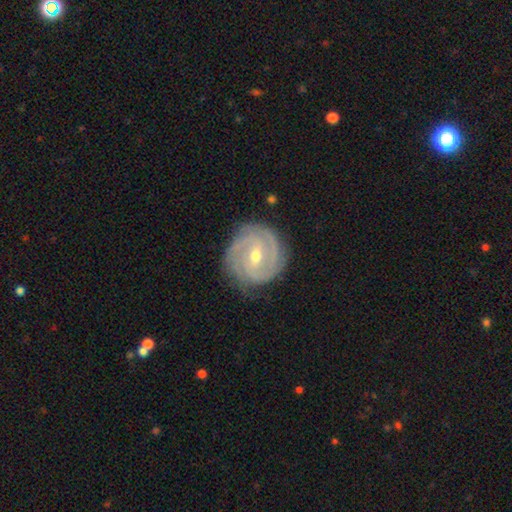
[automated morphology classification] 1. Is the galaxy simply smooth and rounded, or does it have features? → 88% featured or disk, 7% smooth, 5% star or artifact.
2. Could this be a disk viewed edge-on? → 97% no, 3% yes.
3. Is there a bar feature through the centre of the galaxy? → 53% weak, 26% no, 21% strong.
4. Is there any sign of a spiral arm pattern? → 97% yes, 3% no.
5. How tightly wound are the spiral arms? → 76% tight, 21% medium, 4% loose.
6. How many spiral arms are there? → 38% 3, 23% 2, 17% can't tell, 12% 4, 5% more than 4, 5% 1.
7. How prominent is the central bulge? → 59% moderate, 38% small, 1% large, 1% none, 1% dominant.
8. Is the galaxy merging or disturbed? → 82% none, 14% minor disturbance, 3% major disturbance, 1% merger.